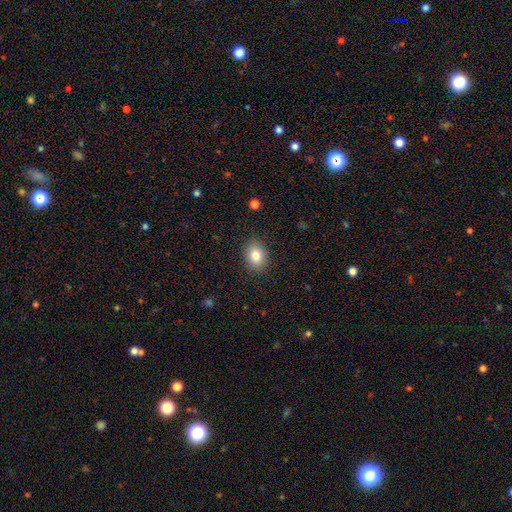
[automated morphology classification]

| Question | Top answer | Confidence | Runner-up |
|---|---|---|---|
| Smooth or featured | smooth | 82% | star or artifact (9%) |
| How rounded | in between | 61% | round (38%) |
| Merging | none | 88% | minor disturbance (9%) |